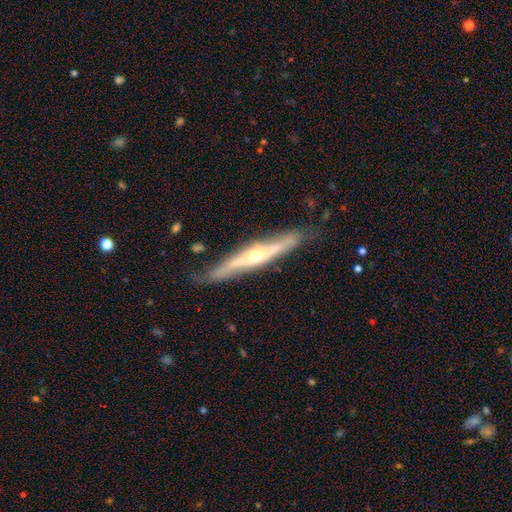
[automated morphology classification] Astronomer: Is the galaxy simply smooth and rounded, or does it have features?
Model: featured or disk — 76%.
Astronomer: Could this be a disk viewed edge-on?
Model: yes — 84%.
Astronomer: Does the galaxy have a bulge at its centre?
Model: rounded — 82%.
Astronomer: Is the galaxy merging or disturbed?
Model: none — 76%.